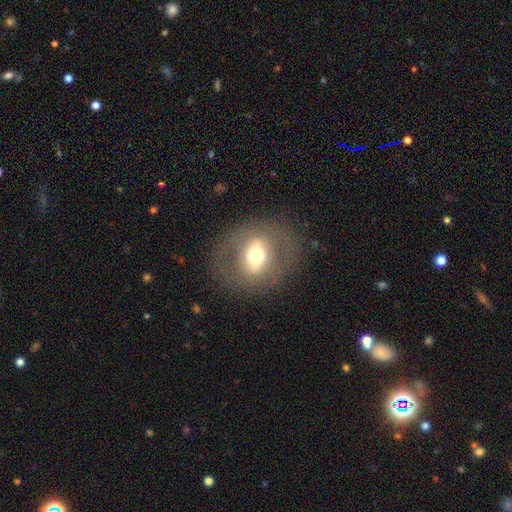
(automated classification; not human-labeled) A featured or disk galaxy (51%). Merging: none (80%).